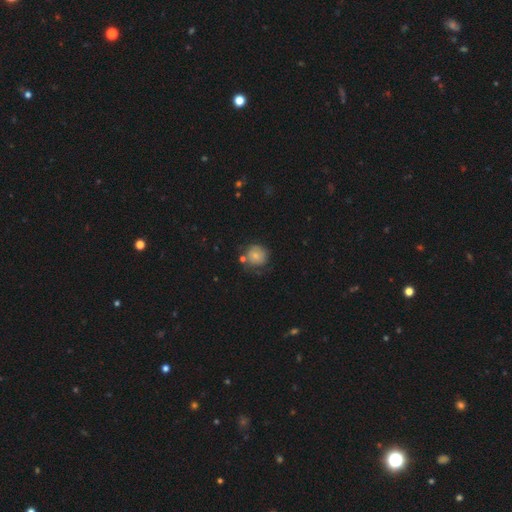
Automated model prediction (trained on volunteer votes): This appears to be a smooth galaxy with no disk features (67%) that is round (87%). Merging: none (58%).